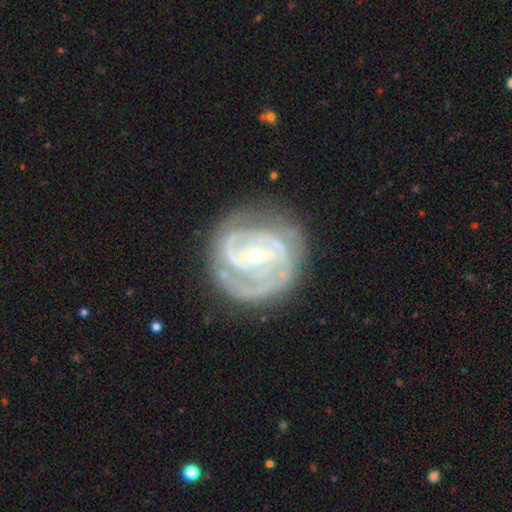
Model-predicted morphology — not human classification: type=featured or disk (87%); edge-on=no (97%); bar=weak (42%); spiral arms=yes (93%); winding=tight (61%); arm count=2 (44%); bulge=small (62%); merging=none (68%).